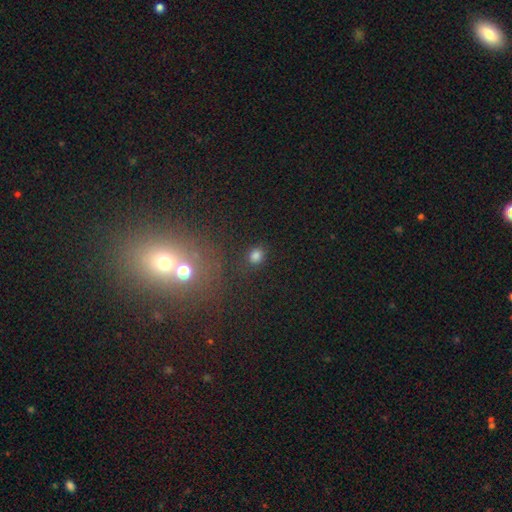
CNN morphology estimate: A smooth galaxy with no disk features (78%) that is round (66%).

Vote fractions:
- Smooth or featured? smooth: 78% / star or artifact: 17% / featured or disk: 5%
- How rounded? round: 66% / in between: 33% / cigar-shaped: 1%
- Merging? none: 84% / minor disturbance: 9% / major disturbance: 4% / merger: 3%